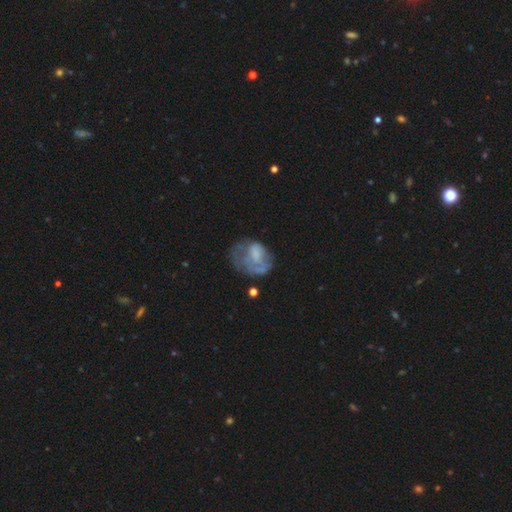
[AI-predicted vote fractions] smooth 45%, featured or disk 44%, star or artifact 11%. Down the decision tree: merging — major disturbance (36%).